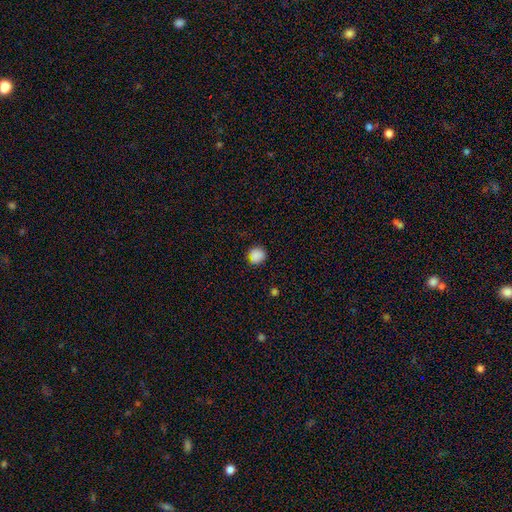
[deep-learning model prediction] Smooth or featured? smooth (86%)
How rounded? round (85%)
Merging? none (78%)